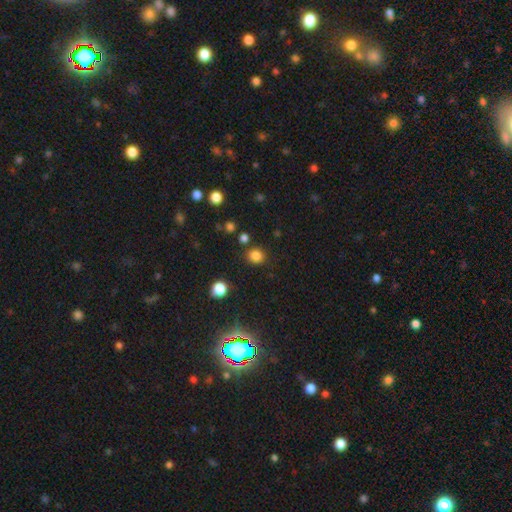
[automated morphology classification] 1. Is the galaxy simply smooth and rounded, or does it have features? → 82% smooth, 14% star or artifact, 4% featured or disk.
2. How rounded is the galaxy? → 84% round, 15% in between, 1% cigar-shaped.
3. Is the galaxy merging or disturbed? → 85% none, 8% minor disturbance, 4% merger, 3% major disturbance.